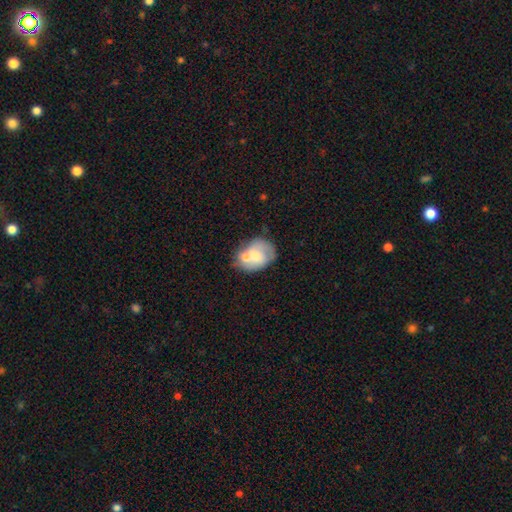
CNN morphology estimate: Overall: smooth (55%; featured or disk 37%). How rounded: in between (59%; round 40%). Merging: merger (40%; none 31%).